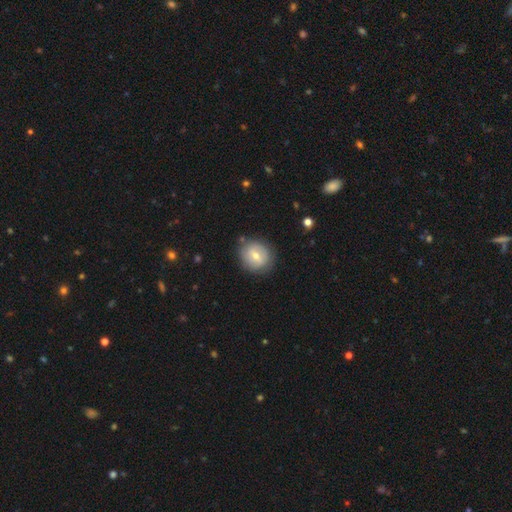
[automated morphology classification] Q: Smooth or featured?
A: smooth (62%); runner-up: featured or disk (29%)
Q: How rounded?
A: round (80%); runner-up: in between (19%)
Q: Merging?
A: none (82%); runner-up: minor disturbance (12%)